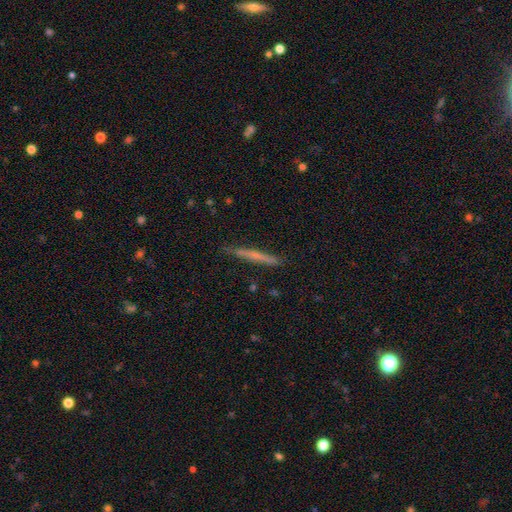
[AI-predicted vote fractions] Smooth or featured? Predicted: smooth (p=0.52). How rounded? Predicted: cigar-shaped (p=0.96). Merging? Predicted: none (p=0.87).